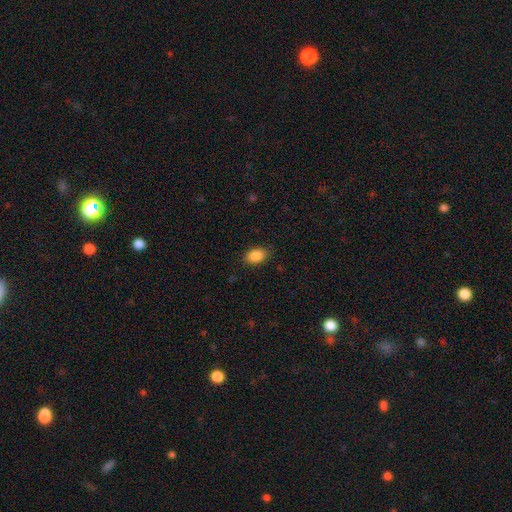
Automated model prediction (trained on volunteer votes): Q: Smooth or featured?
A: smooth (88%); runner-up: star or artifact (8%)
Q: How rounded?
A: in between (86%); runner-up: round (13%)
Q: Merging?
A: none (86%); runner-up: minor disturbance (11%)